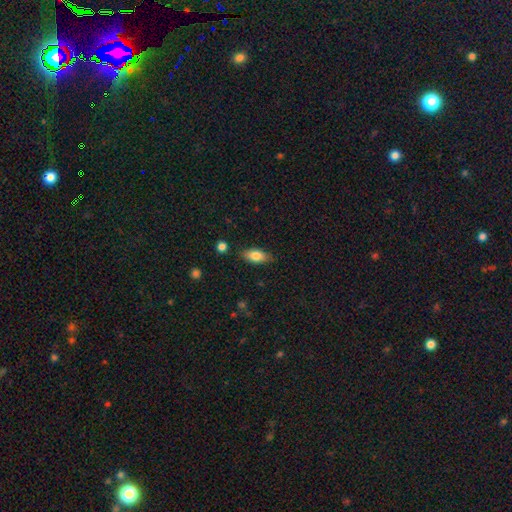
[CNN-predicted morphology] Q: Smooth or featured?
A: smooth (79%); runner-up: featured or disk (14%)
Q: How rounded?
A: in between (85%); runner-up: cigar-shaped (11%)
Q: Merging?
A: none (83%); runner-up: minor disturbance (13%)